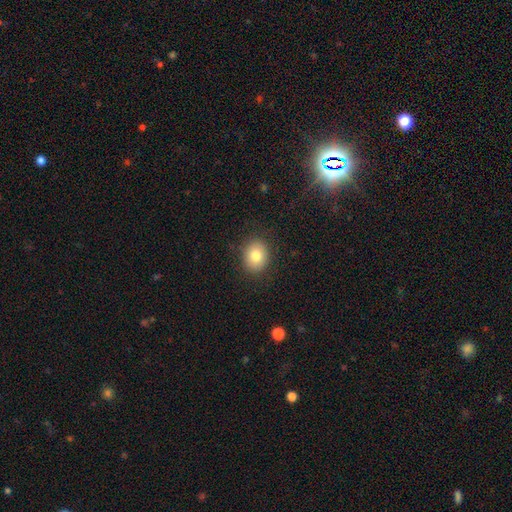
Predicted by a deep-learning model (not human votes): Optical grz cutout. It shows a smooth galaxy with no disk features (79%) that is round (56%). Merging: none (88%).